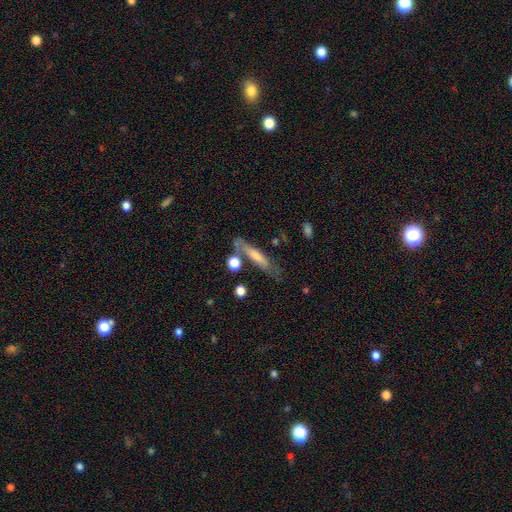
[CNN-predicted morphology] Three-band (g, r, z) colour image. It shows a smooth galaxy with no disk features (48%). Merging: none (64%).